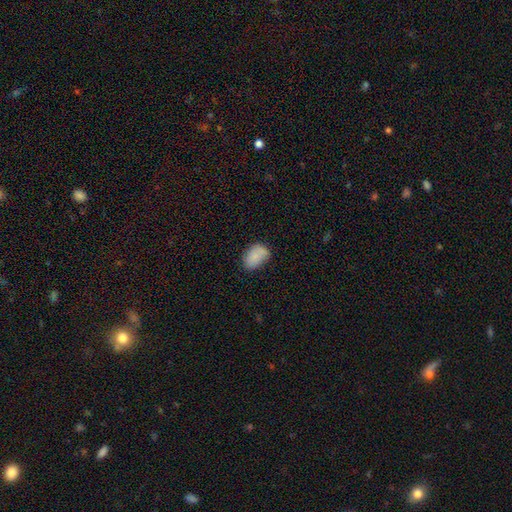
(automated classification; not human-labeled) This is clearly a smooth galaxy (84%). How rounded: clearly in between (86%). Merging: likely none (62%).